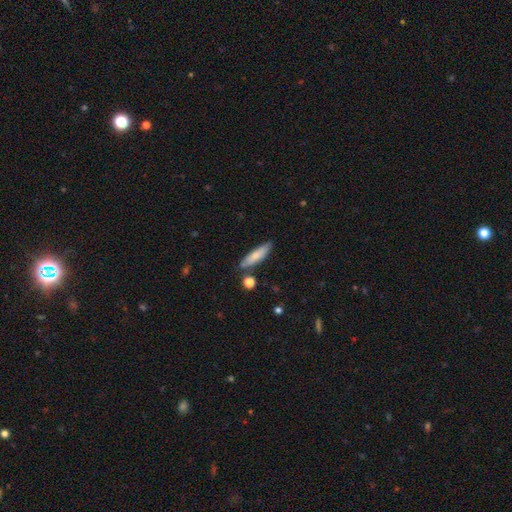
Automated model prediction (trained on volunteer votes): This is likely a smooth galaxy (75%). How rounded: likely cigar-shaped (69%). Merging: likely none (77%).